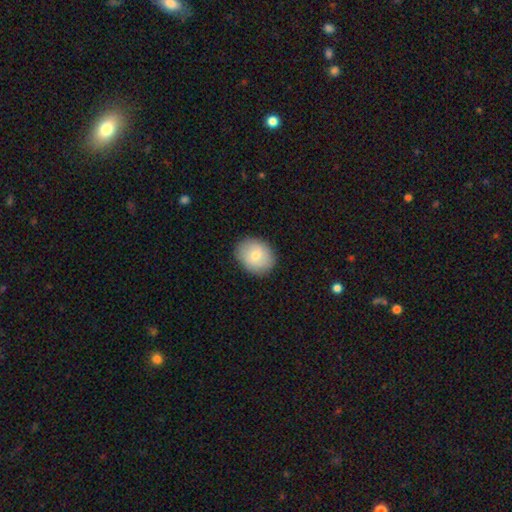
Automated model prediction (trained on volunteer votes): smooth-or-featured: smooth: 77% | featured or disk: 16% | star or artifact: 8%
  how-rounded: round: 60% | in between: 39% | cigar-shaped: 1%
  merging: none: 87% | minor disturbance: 10% | major disturbance: 2% | merger: 1%